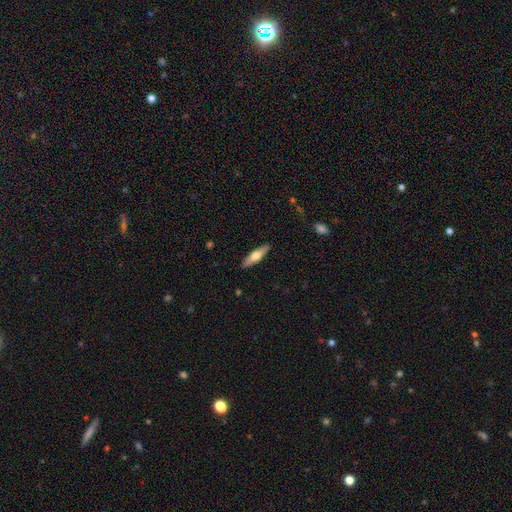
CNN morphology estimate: smooth 58%, featured or disk 37%, star or artifact 5%. Down the decision tree: how rounded — cigar-shaped (67%); merging — none (90%).